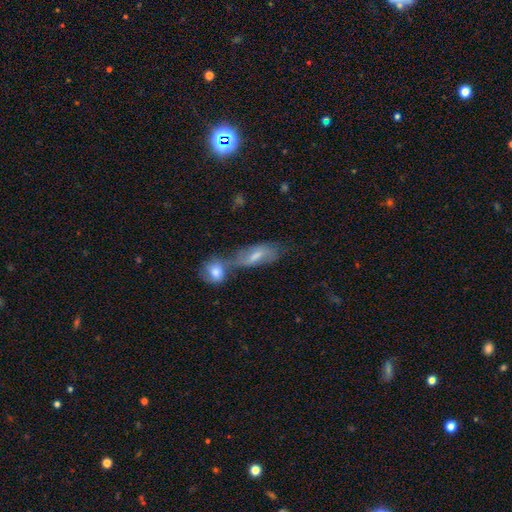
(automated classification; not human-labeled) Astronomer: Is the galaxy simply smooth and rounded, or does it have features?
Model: smooth — 54% (runner-up: featured or disk, 37%).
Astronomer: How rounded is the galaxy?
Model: in between — 74%.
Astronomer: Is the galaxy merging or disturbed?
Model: merger — 56%.